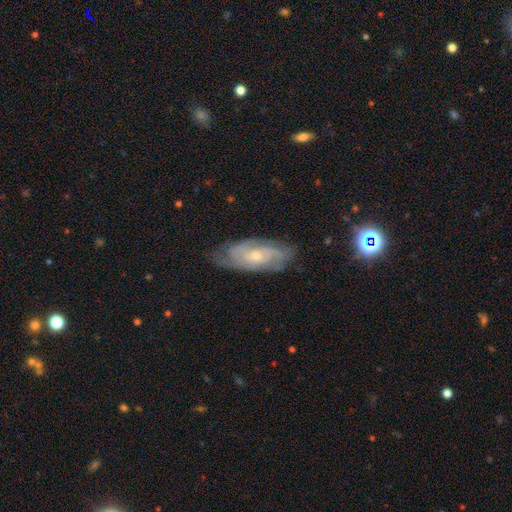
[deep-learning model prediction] This appears to be a featured or disk galaxy (76%) with no bar (66%), tight (55%) spiral arms (92%) and a small central bulge (56%). Merging: none (72%).